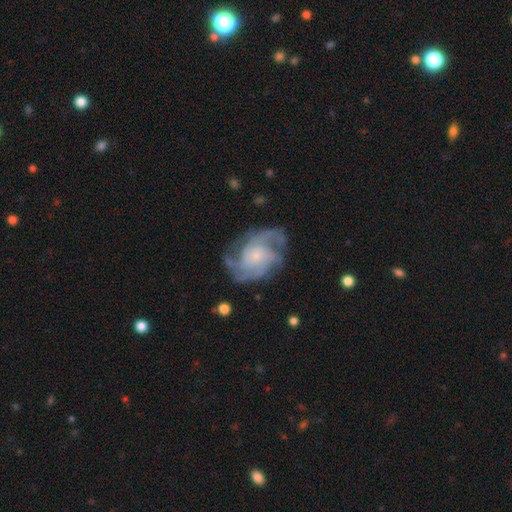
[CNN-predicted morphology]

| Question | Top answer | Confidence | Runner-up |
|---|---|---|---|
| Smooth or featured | featured or disk | 88% | smooth (7%) |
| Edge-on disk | no | 98% | yes (2%) |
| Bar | no | 72% | weak (24%) |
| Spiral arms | yes | 97% | no (3%) |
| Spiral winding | tight | 45% | medium (44%) |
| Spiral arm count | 3 | 30% | 4 (19%) |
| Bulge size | small | 65% | moderate (23%) |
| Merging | none | 73% | minor disturbance (17%) |